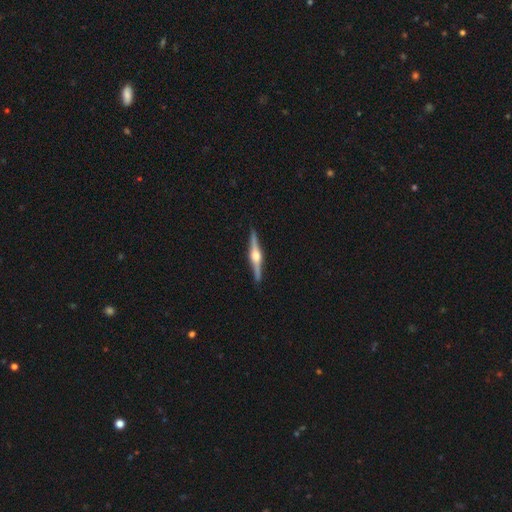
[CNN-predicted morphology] A featured or disk galaxy (84%) viewed edge-on (99%) with a rounded central bulge (94%).

Vote fractions:
- Smooth or featured? featured or disk: 84% / smooth: 11% / star or artifact: 4%
- Edge-on disk? yes: 99% / no: 1%
- Edge-on bulge? rounded: 94% / boxy: 5% / none: 2%
- Merging? none: 92% / minor disturbance: 6% / major disturbance: 1% / merger: 1%